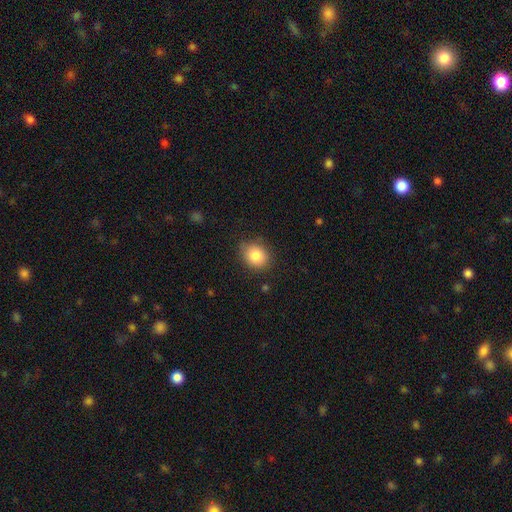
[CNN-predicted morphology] A smooth galaxy with no disk features (84%) that is round (54%). Merging: none (79%).